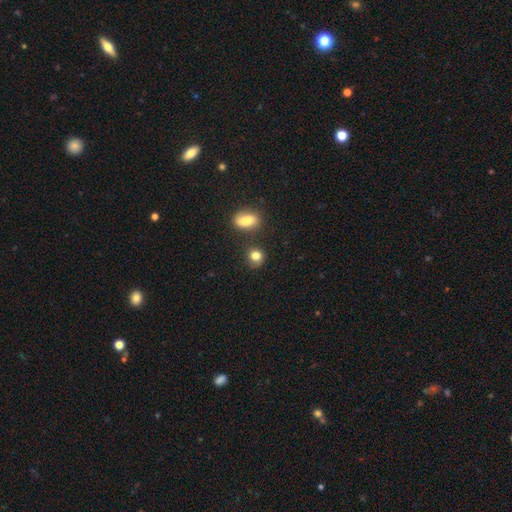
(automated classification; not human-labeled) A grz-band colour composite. It shows a smooth galaxy with no disk features (83%) that is round (75%). Merging: none (70%).